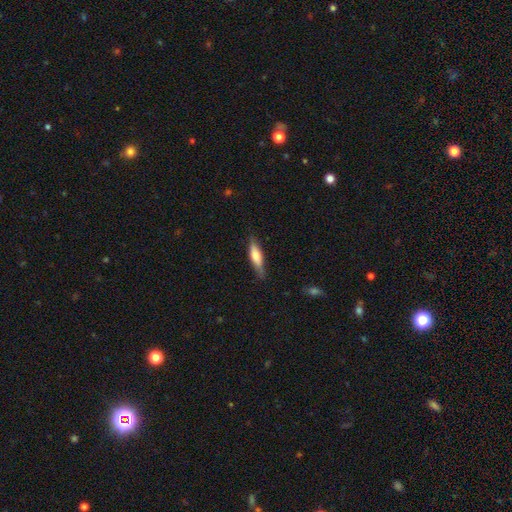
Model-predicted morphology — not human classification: smooth_or_featured: smooth (p=0.55) [alt: featured or disk p=0.39]
how_rounded: cigar-shaped (p=0.70) [alt: in between p=0.29]
merging: none (p=0.79) [alt: minor disturbance p=0.16]